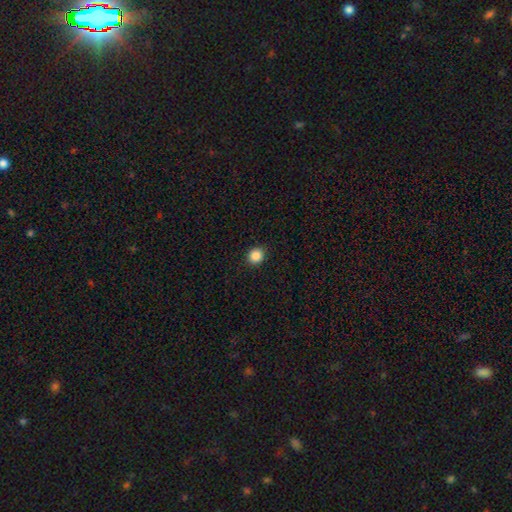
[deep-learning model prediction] Smooth or featured? smooth (87%)
How rounded? round (86%)
Merging? none (92%)